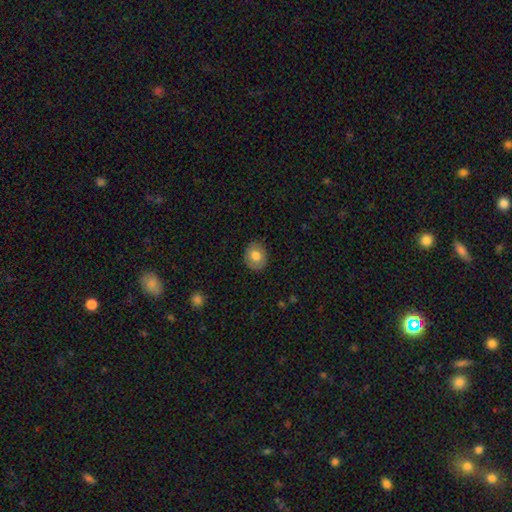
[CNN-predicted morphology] This is likely a smooth galaxy (77%). How rounded: likely round (64%). Merging: clearly none (86%).